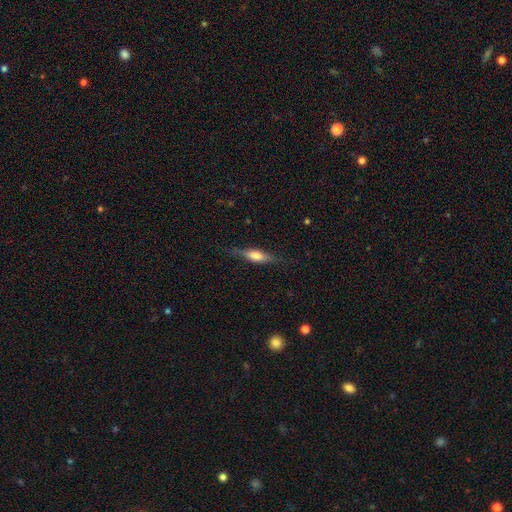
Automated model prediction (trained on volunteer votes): This appears to be a smooth galaxy with no disk features (53%) that is cigar-shaped (58%). Merging: none (77%).